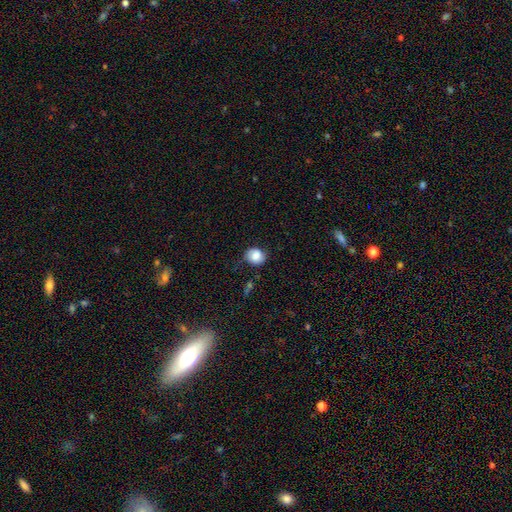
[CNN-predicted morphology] Smooth or featured: smooth — 81% (featured or disk — 10%)
How rounded: round — 75% (in between — 24%)
Merging: none — 70% (minor disturbance — 22%)